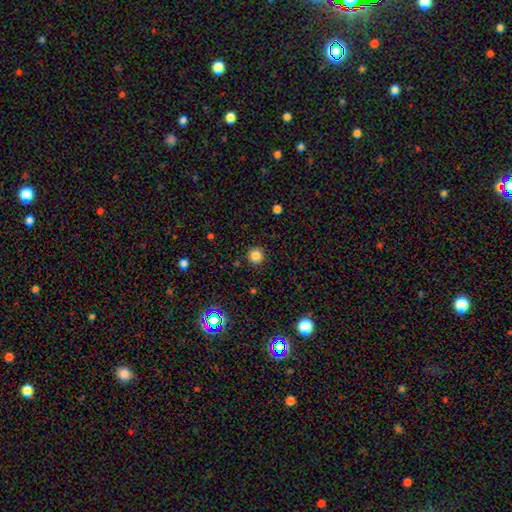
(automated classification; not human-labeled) Smooth or featured? smooth (83%)
How rounded? round (94%)
Merging? none (90%)